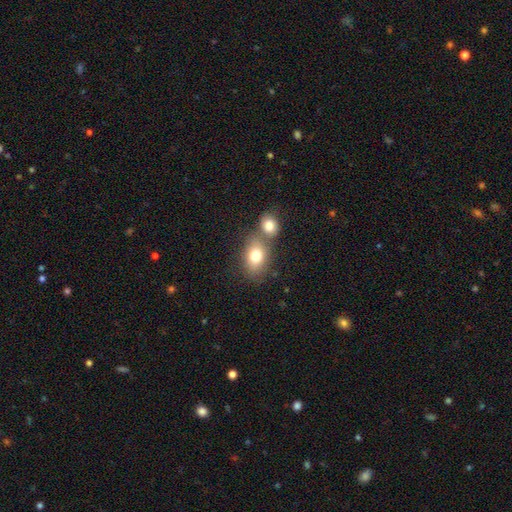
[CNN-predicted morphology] smooth_or_featured: smooth (p=0.77) [alt: featured or disk p=0.14]
how_rounded: in between (p=0.74) [alt: round p=0.25]
merging: none (p=0.46) [alt: merger p=0.40]